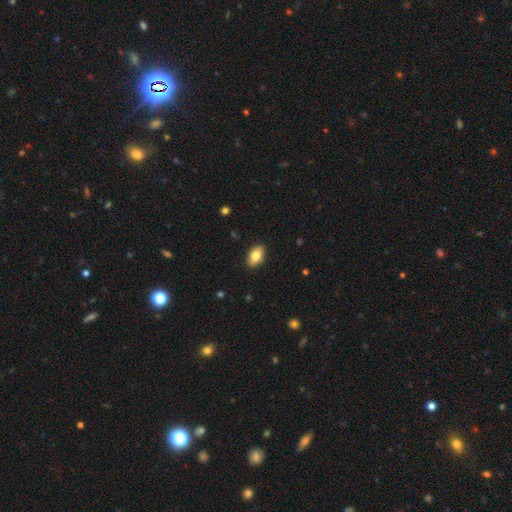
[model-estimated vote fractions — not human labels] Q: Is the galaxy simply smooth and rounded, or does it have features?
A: smooth — 82%.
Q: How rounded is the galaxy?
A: in between — 92%.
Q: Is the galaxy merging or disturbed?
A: none — 89%.